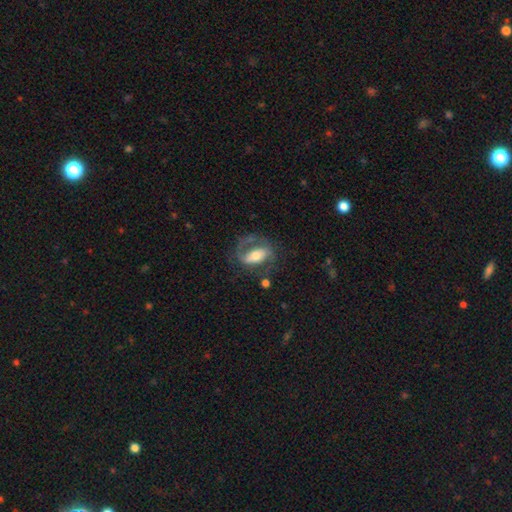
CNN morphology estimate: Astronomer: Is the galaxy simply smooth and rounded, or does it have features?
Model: featured or disk — 69%.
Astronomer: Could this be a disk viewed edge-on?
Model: no — 93%.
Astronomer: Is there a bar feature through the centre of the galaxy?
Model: strong — 42% (runner-up: weak, 30%).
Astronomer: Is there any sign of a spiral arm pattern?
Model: yes — 82%.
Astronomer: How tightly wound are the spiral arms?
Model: medium — 47% (runner-up: loose, 29%).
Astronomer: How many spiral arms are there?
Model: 2 — 75%.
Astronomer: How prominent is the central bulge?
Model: moderate — 59%.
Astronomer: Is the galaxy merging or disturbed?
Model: none — 56%.